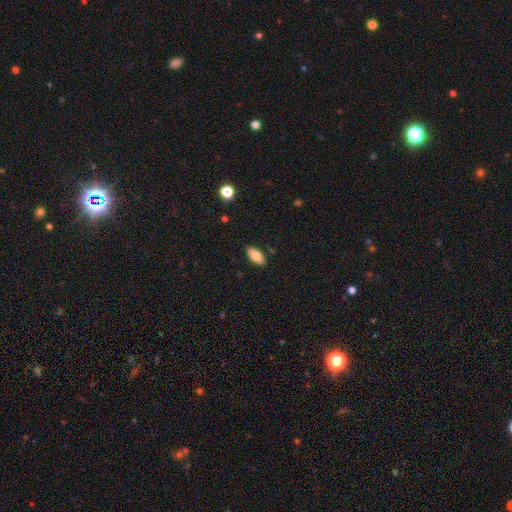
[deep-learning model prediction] smooth 85%, featured or disk 8%, star or artifact 7%. Down the decision tree: how rounded — in between (92%); merging — none (87%).